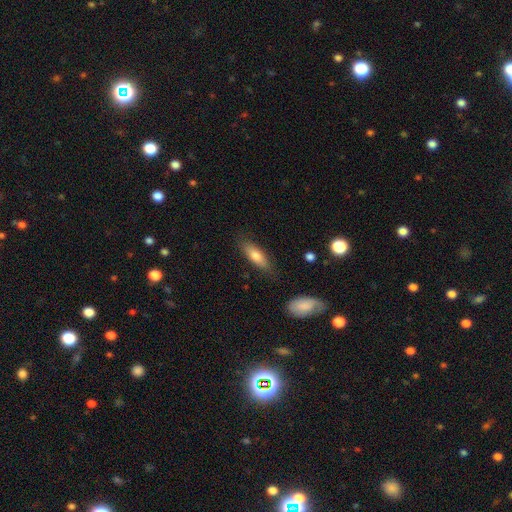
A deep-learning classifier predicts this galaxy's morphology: This is likely a smooth galaxy (76%). How rounded: possibly in between (60%). Merging: likely none (79%).